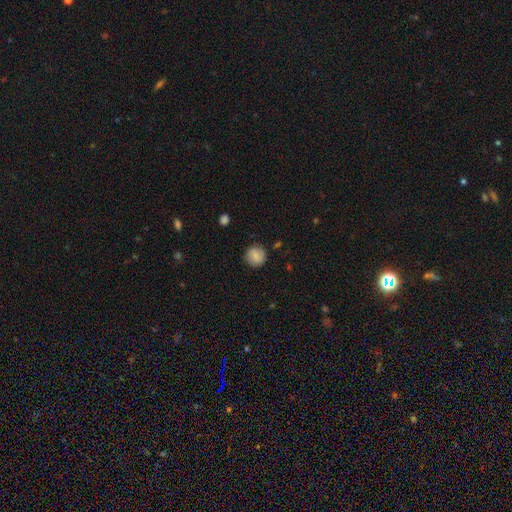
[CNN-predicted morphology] The model was most divided on "smooth or featured": smooth: 77%, featured or disk: 15%, star or artifact: 8%. More confident: how rounded — round (91%); merging — none (83%).